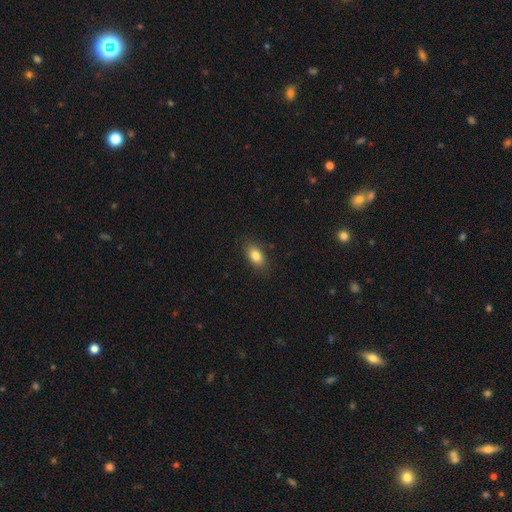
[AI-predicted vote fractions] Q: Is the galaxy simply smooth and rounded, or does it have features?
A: smooth — 84%.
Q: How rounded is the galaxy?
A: in between — 89%.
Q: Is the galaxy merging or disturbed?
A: none — 86%.